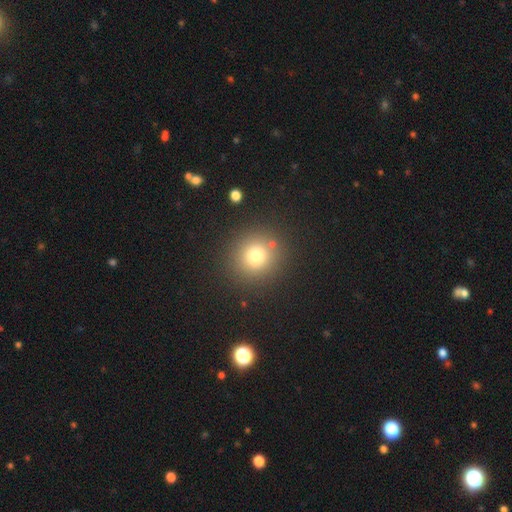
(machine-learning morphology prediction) Smooth or featured? Predicted: smooth (p=0.76). How rounded? Predicted: round (p=0.91). Merging? Predicted: none (p=0.86).